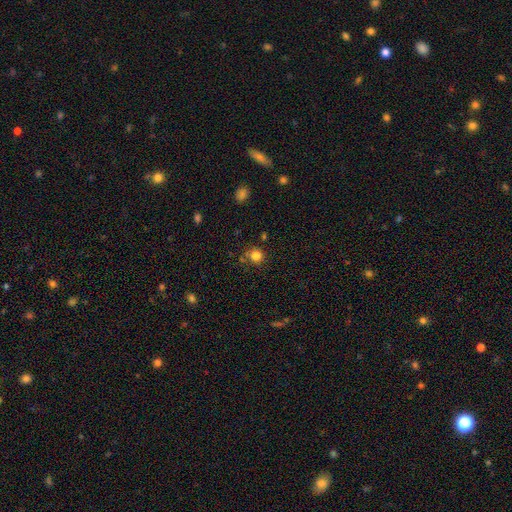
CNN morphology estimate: This is clearly a smooth galaxy (82%). How rounded: clearly round (90%). Merging: likely none (76%).